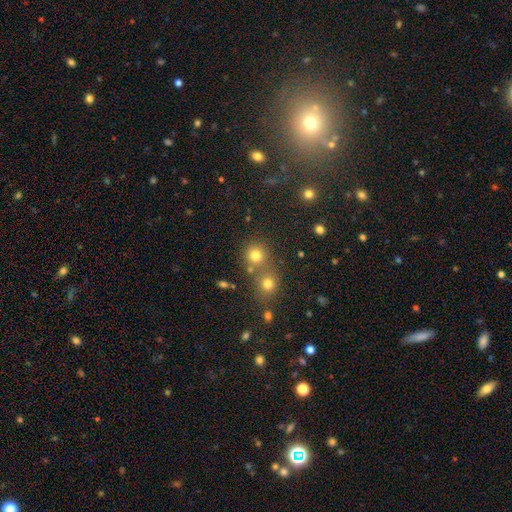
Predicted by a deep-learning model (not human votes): Smooth or featured?
  - smooth: 77% *
  - star or artifact: 16%
  - featured or disk: 8%
How rounded?
  - round: 87% *
  - in between: 11%
  - cigar-shaped: 1%
Merging?
  - none: 58% *
  - merger: 31%
  - minor disturbance: 8%
  - major disturbance: 3%